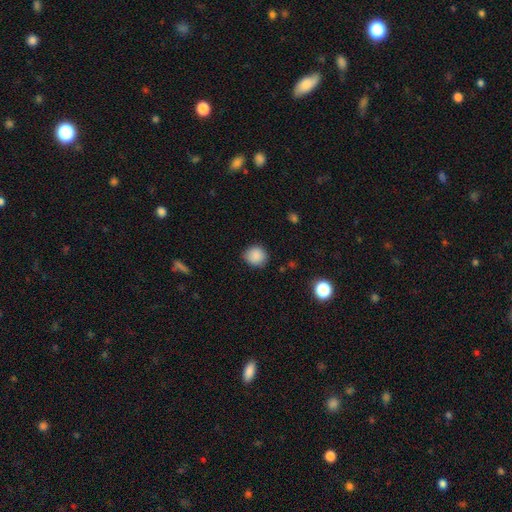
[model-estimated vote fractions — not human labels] Smooth or featured? smooth (87%)
How rounded? round (85%)
Merging? none (83%)